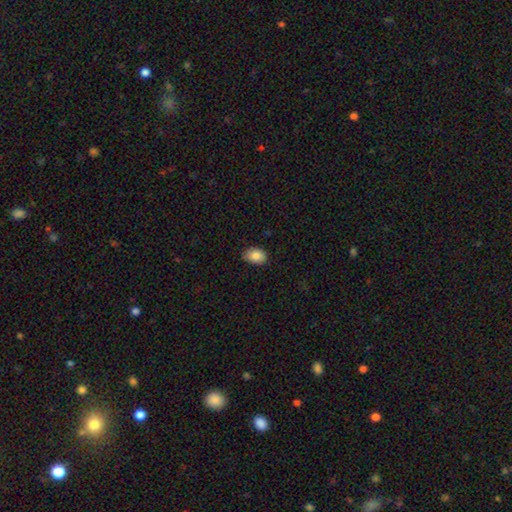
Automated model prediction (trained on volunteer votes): Morphology: type=smooth (84%); roundness=in between (81%); merging=none (77%).